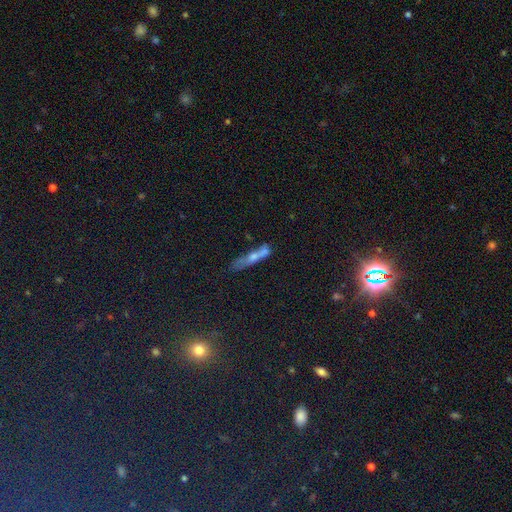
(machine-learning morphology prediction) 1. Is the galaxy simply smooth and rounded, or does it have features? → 50% smooth, 36% featured or disk, 14% star or artifact.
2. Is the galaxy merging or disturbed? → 42% none, 26% merger, 19% minor disturbance, 13% major disturbance.